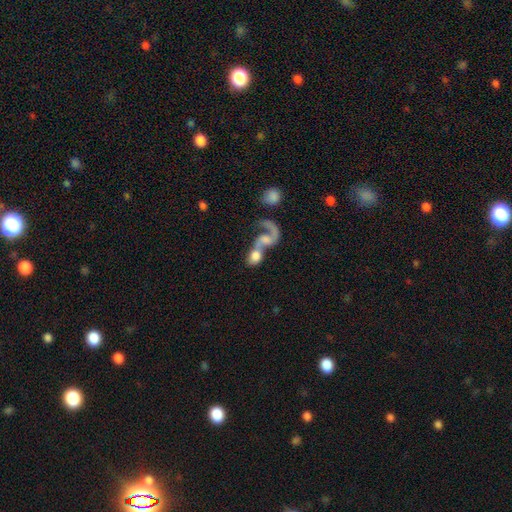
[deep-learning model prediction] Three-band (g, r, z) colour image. It shows a featured or disk galaxy (46%). Merging: merger (74%).